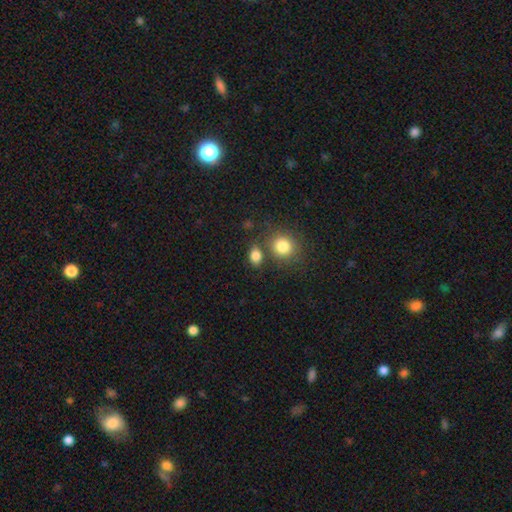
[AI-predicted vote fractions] smooth-or-featured: smooth: 83% | star or artifact: 11% | featured or disk: 6%
  how-rounded: in between: 60% | round: 38% | cigar-shaped: 2%
  merging: none: 67% | merger: 18% | minor disturbance: 11% | major disturbance: 4%